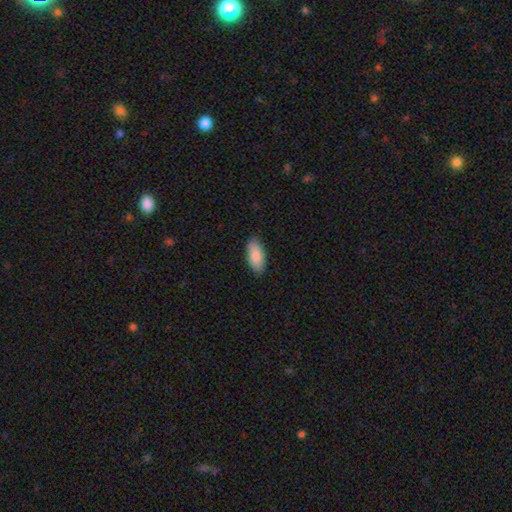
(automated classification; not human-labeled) The model was most divided on "merging": none: 87%, minor disturbance: 10%, major disturbance: 2%, merger: 1%. More confident: how rounded — in between (90%); smooth or featured — smooth (88%).